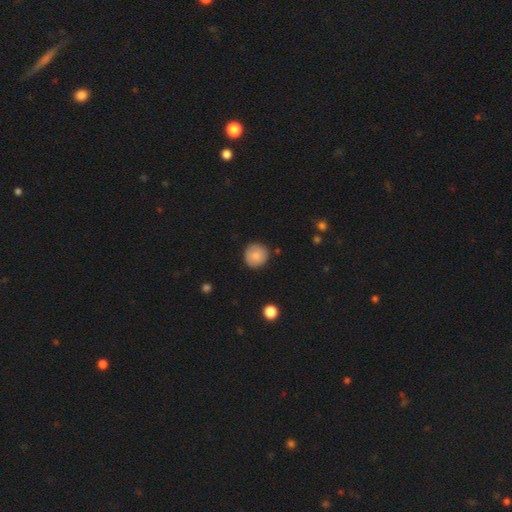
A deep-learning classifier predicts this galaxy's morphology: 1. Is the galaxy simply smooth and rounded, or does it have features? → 79% smooth, 14% featured or disk, 7% star or artifact.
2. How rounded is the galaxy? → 93% round, 6% in between, 1% cigar-shaped.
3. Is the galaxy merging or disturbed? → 86% none, 11% minor disturbance, 2% major disturbance, 1% merger.